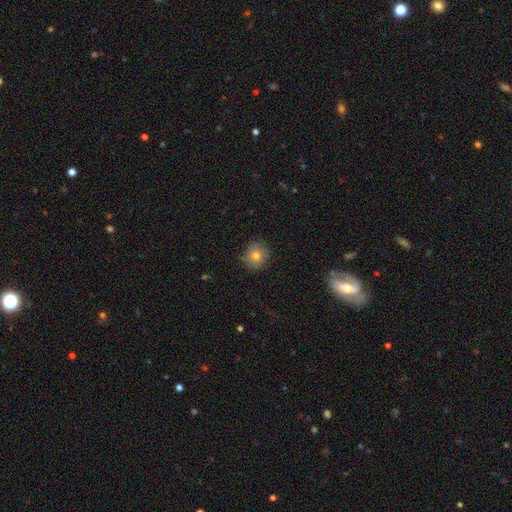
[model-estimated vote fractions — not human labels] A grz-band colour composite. It shows a smooth galaxy with no disk features (77%) that is round (85%). Merging: none (83%).